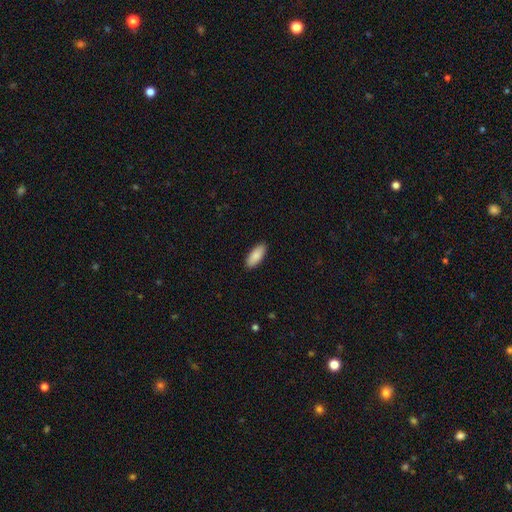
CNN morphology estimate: Overall: smooth (89%). How rounded: in between (82%). Merging: none (90%).